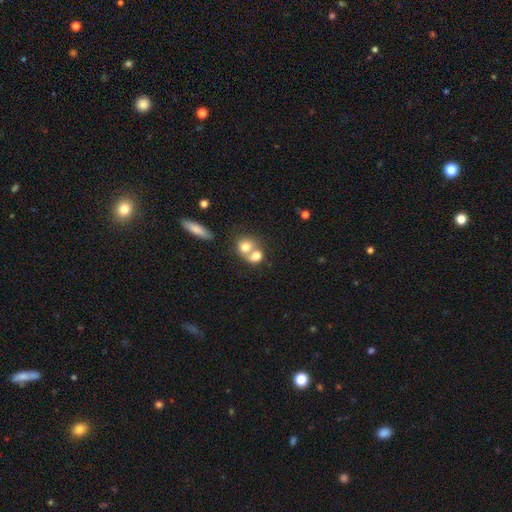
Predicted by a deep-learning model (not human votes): This is likely a smooth galaxy (73%). How rounded: possibly round (55%). Merging: likely merger (67%).